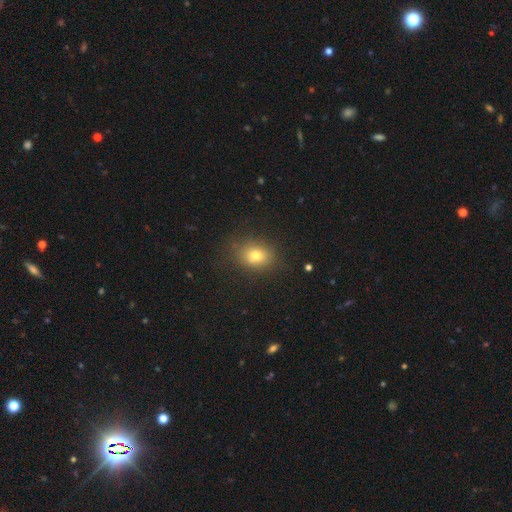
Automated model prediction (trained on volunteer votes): smooth-or-featured: smooth: 76% | star or artifact: 13% | featured or disk: 11%
  how-rounded: in between: 56% | round: 43% | cigar-shaped: 1%
  merging: none: 80% | minor disturbance: 14% | major disturbance: 5% | merger: 1%